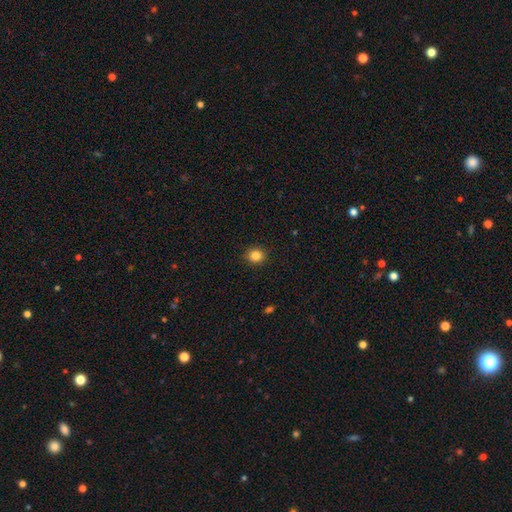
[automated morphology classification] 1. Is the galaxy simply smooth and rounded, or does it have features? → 84% smooth, 11% star or artifact, 5% featured or disk.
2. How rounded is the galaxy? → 84% round, 15% in between, 1% cigar-shaped.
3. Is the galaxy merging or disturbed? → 91% none, 6% minor disturbance, 2% major disturbance, 1% merger.